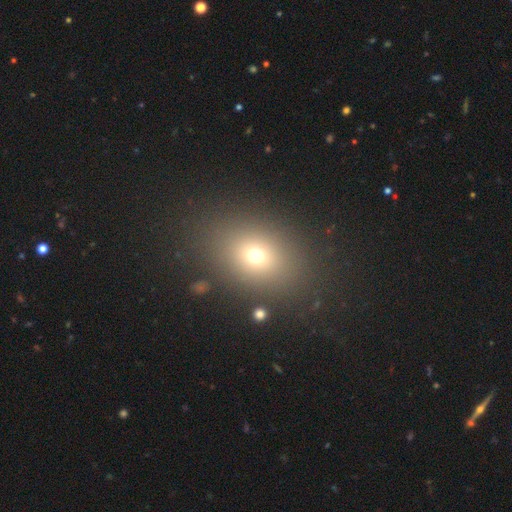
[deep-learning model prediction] Smooth or featured: smooth — 69% (star or artifact — 18%)
How rounded: in between — 58% (round — 40%)
Merging: none — 83% (minor disturbance — 9%)